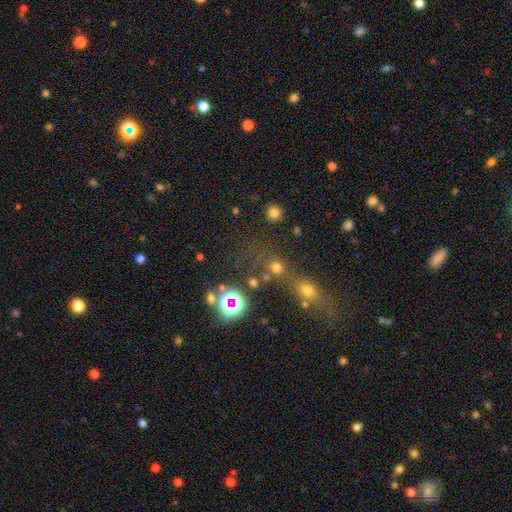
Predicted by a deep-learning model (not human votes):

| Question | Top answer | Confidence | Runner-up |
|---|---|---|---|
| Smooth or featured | star or artifact | 50% | smooth (34%) |